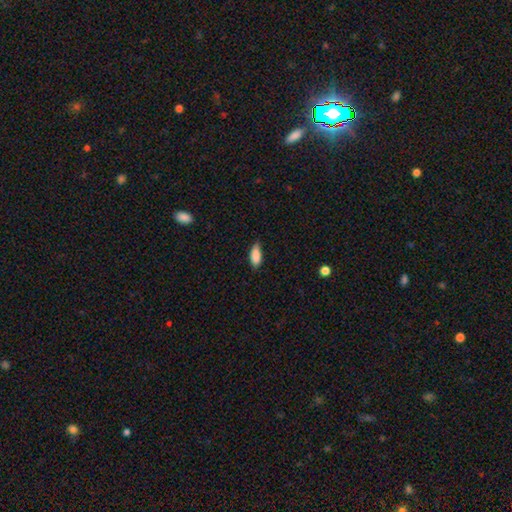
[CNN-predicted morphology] type=smooth (88%); roundness=in between (81%); merging=none (73%).